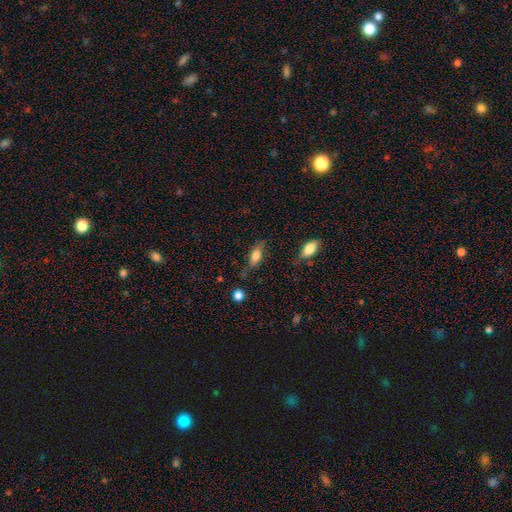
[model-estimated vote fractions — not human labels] Smooth or featured? smooth (71%)
How rounded? in between (72%)
Merging? none (69%)